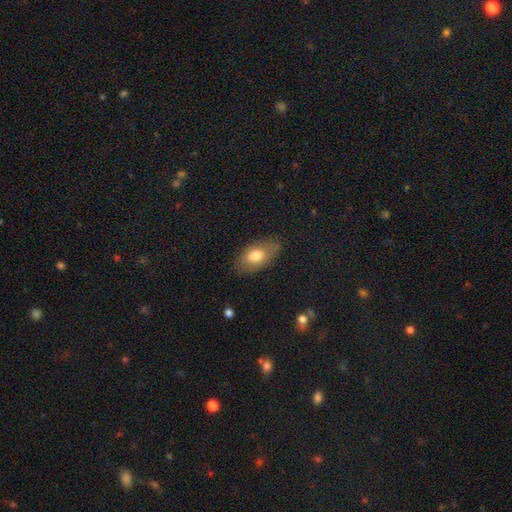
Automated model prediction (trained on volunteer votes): Q: Smooth or featured?
A: smooth (74%); runner-up: featured or disk (18%)
Q: How rounded?
A: in between (91%); runner-up: round (6%)
Q: Merging?
A: none (77%); runner-up: minor disturbance (17%)